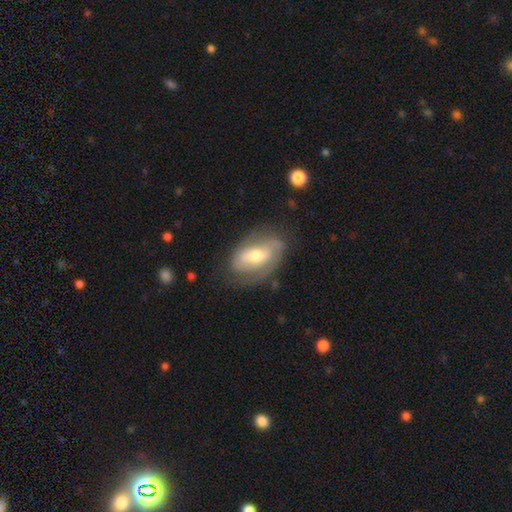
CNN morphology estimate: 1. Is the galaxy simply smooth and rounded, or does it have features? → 64% featured or disk, 29% smooth, 7% star or artifact.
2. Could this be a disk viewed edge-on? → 92% no, 8% yes.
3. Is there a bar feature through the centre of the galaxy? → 45% no, 35% weak, 20% strong.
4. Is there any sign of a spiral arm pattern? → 75% yes, 25% no.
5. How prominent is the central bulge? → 58% moderate, 35% small, 5% large, 1% none, 1% dominant.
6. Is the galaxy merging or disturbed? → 63% none, 23% minor disturbance, 11% major disturbance, 2% merger.